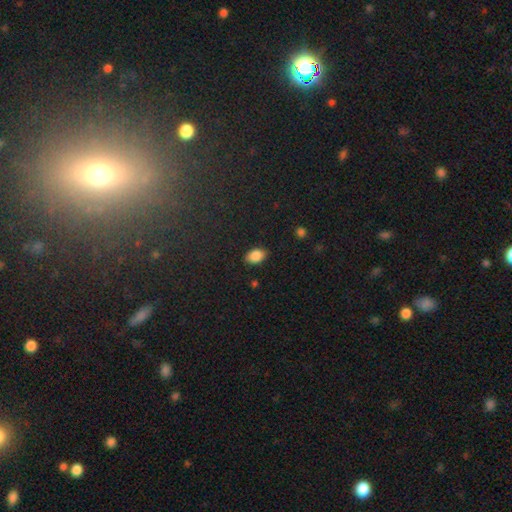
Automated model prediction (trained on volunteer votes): smooth-or-featured: smooth: 86% | star or artifact: 8% | featured or disk: 6%
  how-rounded: in between: 89% | round: 9% | cigar-shaped: 1%
  merging: none: 85% | minor disturbance: 11% | major disturbance: 2% | merger: 1%